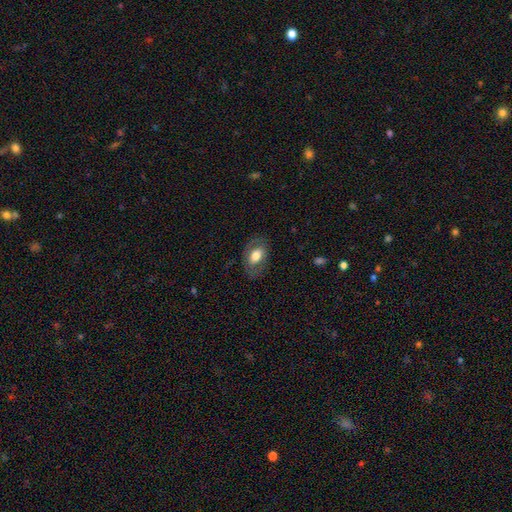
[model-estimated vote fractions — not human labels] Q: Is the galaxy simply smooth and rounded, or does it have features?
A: smooth — 64%.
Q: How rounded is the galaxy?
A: in between — 87%.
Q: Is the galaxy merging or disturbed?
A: none — 78%.